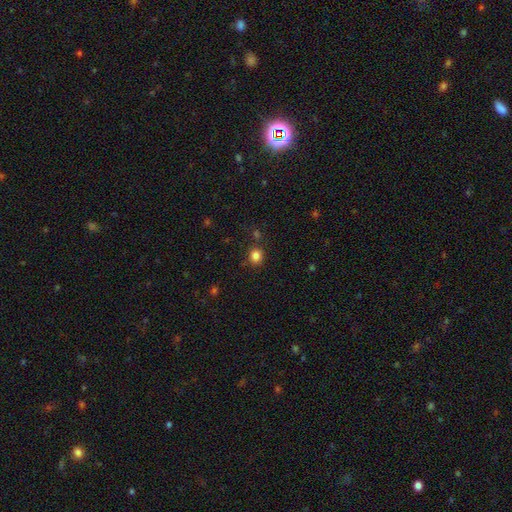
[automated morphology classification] This appears to be a smooth galaxy with no disk features (83%) that is round (77%). Merging: none (83%).